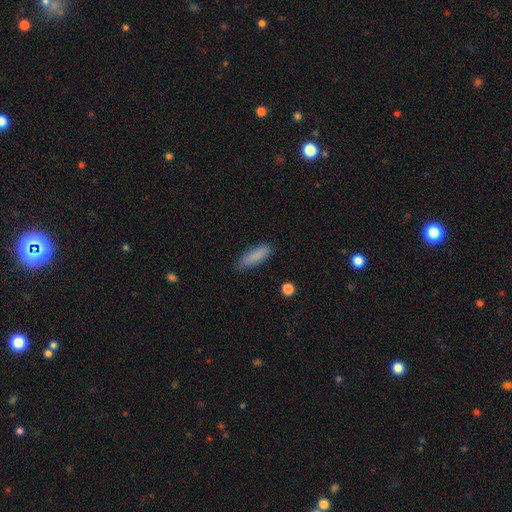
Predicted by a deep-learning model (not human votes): The model was most divided on "how rounded": cigar-shaped: 53%, in between: 46%, round: 2%. More confident: smooth or featured — smooth (86%); merging — none (78%).